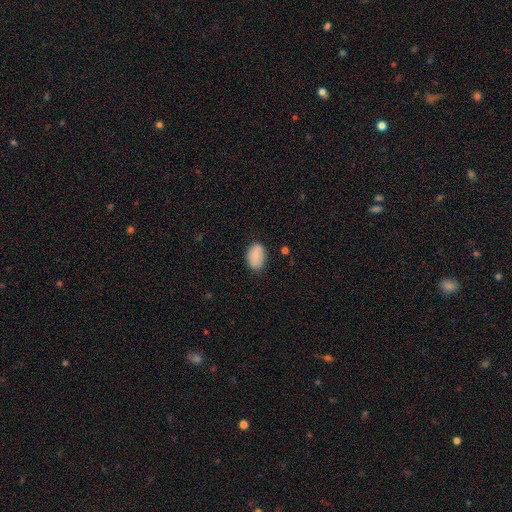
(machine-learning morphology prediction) This appears to be a smooth galaxy with no disk features (81%) that is in between round and cigar-shaped (88%). Merging: none (79%).